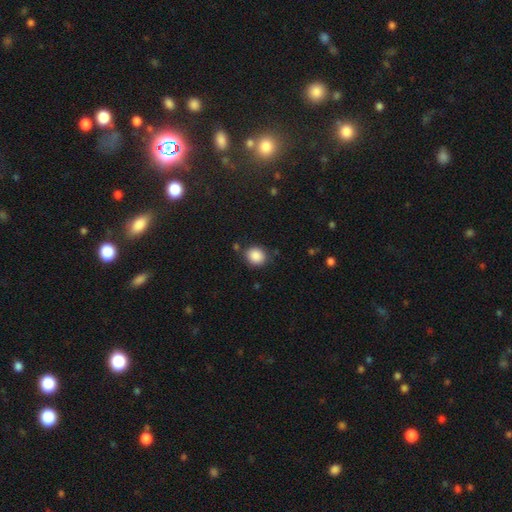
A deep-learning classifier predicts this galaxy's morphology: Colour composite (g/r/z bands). It shows a smooth galaxy with no disk features (88%) that is round (76%). Merging: none (81%).